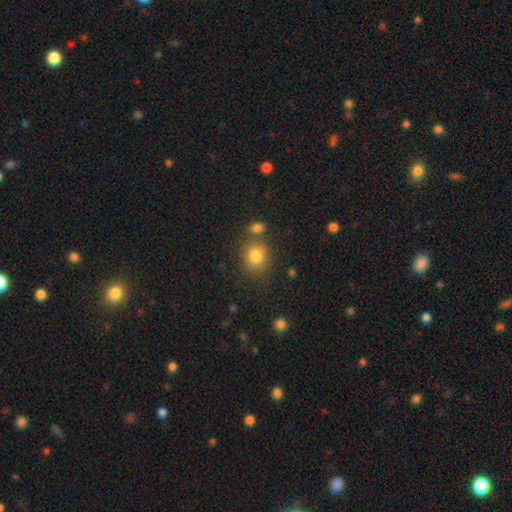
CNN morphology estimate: type=smooth (82%); roundness=round (75%); merging=none (69%).